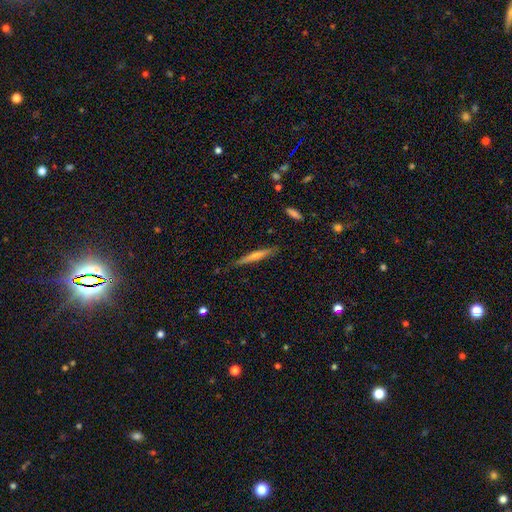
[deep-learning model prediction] A featured or disk galaxy (52%) viewed edge-on (96%). Merging: none (83%).